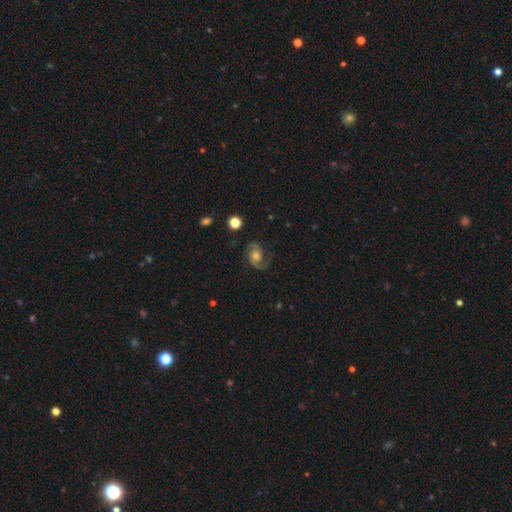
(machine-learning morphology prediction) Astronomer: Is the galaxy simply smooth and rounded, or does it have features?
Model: featured or disk — 77%.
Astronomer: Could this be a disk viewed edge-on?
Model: no — 97%.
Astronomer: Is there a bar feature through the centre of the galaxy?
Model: no — 67%.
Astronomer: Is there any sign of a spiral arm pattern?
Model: yes — 95%.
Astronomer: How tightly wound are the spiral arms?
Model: medium — 51% (runner-up: loose, 29%).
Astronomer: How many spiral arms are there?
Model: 2 — 86%.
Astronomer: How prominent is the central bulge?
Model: moderate — 55%.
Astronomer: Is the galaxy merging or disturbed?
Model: none — 73%.